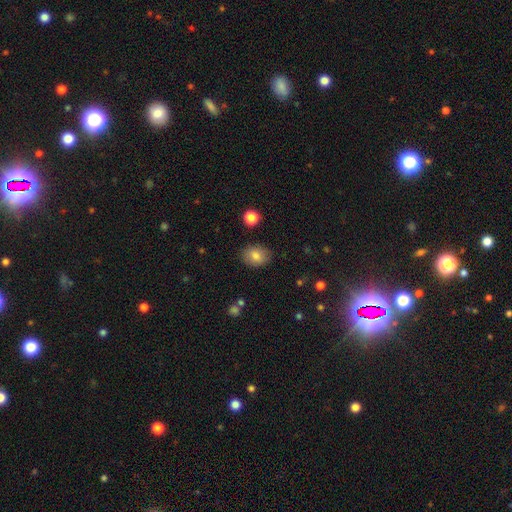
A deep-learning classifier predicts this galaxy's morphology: smooth 81%, featured or disk 10%, star or artifact 9%. Down the decision tree: how rounded — in between (67%); merging — none (85%).